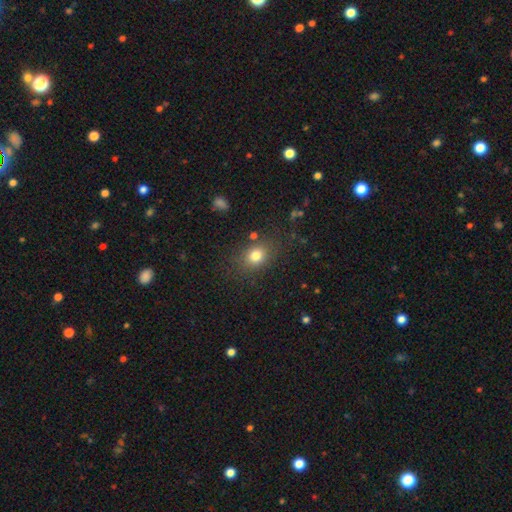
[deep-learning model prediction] smooth 79%, star or artifact 13%, featured or disk 8%. Down the decision tree: how rounded — in between (52%); merging — none (80%).